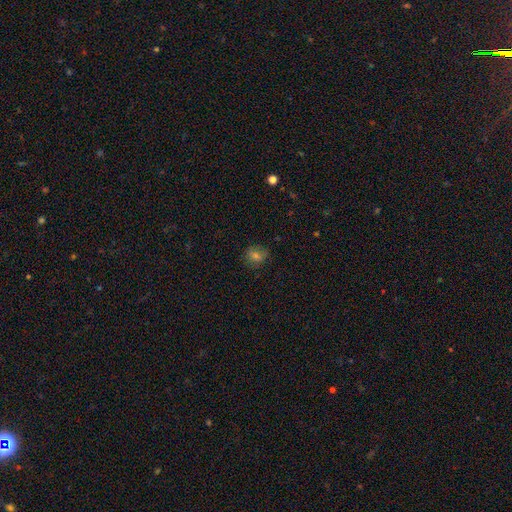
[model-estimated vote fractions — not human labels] This appears to be a smooth galaxy with no disk features (65%) that is round (75%). Merging: none (81%).